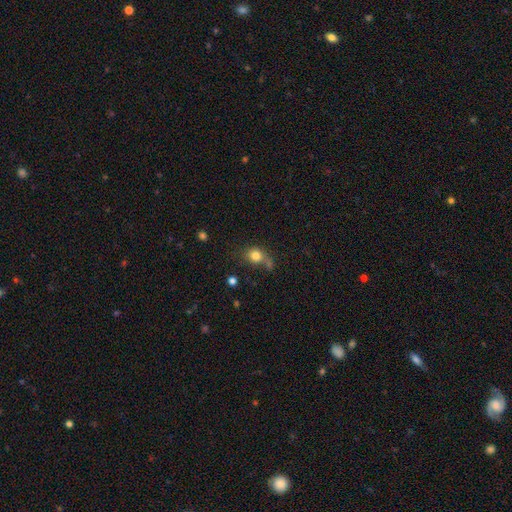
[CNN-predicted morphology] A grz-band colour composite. It shows a smooth galaxy with no disk features (79%) that is round (69%). Merging: none (45%).